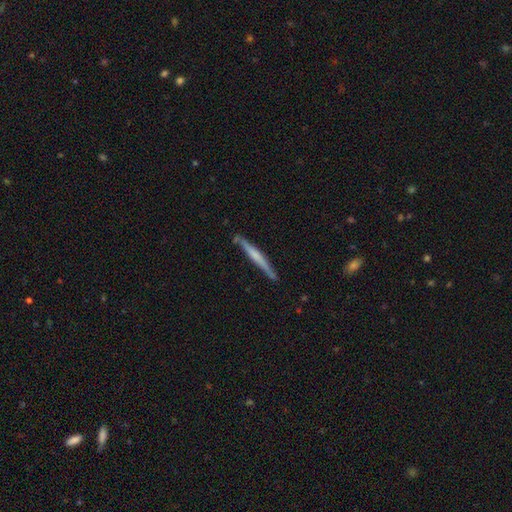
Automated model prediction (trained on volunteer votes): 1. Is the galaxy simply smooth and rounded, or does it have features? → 56% featured or disk, 39% smooth, 5% star or artifact.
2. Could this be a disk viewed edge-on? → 97% yes, 3% no.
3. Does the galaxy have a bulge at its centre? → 51% none, 31% rounded, 18% boxy.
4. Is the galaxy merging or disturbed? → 84% none, 12% minor disturbance, 2% merger, 2% major disturbance.